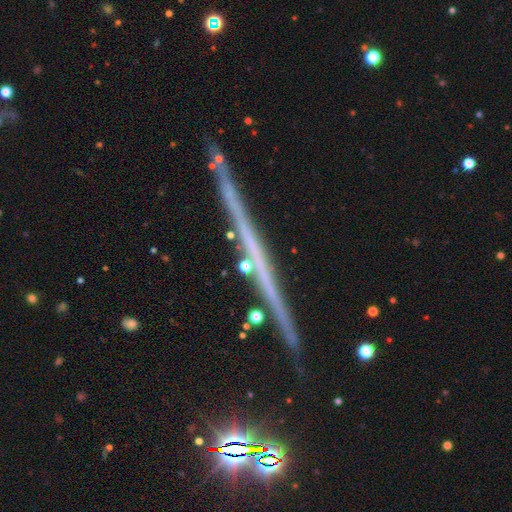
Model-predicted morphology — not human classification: smooth-or-featured: featured or disk: 67% | star or artifact: 17% | smooth: 15%
  disk-edge-on: yes: 96% | no: 4%
    edge-on-bulge: none: 76% | rounded: 16% | boxy: 7%
  merging: none: 86% | minor disturbance: 9% | merger: 3% | major disturbance: 3%